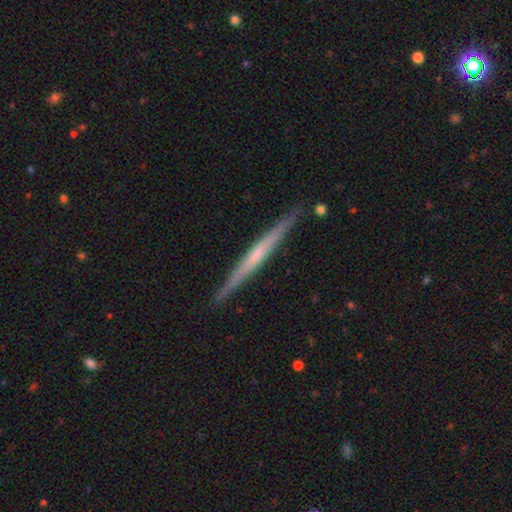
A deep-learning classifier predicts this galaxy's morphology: Smooth or featured? Predicted: featured or disk (p=0.65). Edge-on disk? Predicted: yes (p=0.98). Edge-on bulge? Predicted: none (p=0.65). Merging? Predicted: none (p=0.90).